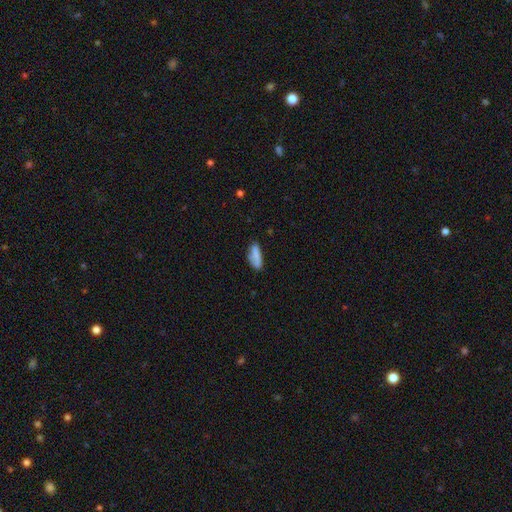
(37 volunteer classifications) smooth-or-featured: smooth: 81% | featured or disk: 14% | star or artifact: 5%
  how-rounded: in between: 50% (tied) | cigar-shaped: 50% (tied) | round: 0%
  merging: none: 60% | minor disturbance: 31% | major disturbance: 9% | merger: 0%